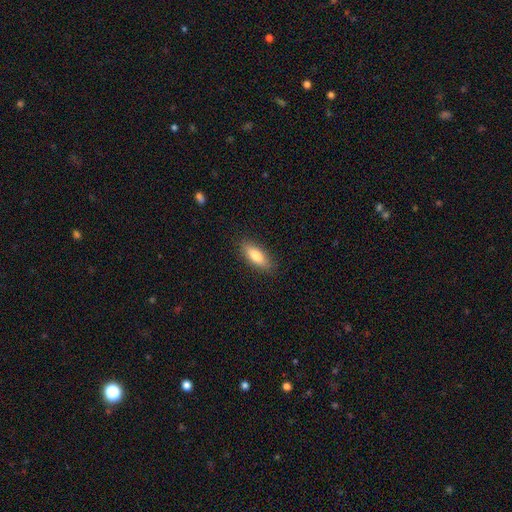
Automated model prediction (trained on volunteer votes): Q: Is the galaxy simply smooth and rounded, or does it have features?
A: smooth — 80%.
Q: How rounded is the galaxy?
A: in between — 68%.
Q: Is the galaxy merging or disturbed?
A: none — 86%.